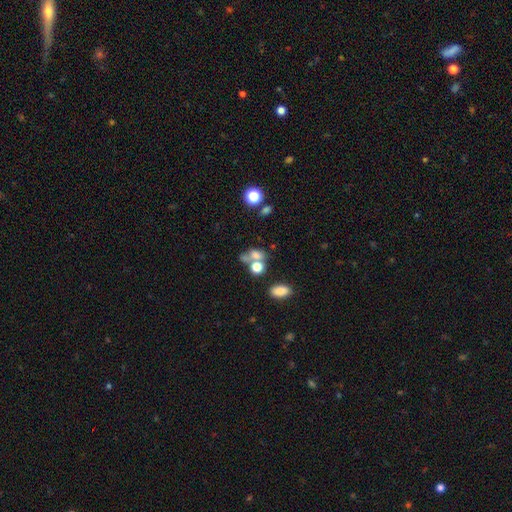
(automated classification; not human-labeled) Smooth or featured?
  - smooth: 66% *
  - featured or disk: 17%
  - star or artifact: 17%
How rounded?
  - in between: 55% *
  - round: 42%
  - cigar-shaped: 3%
Merging?
  - merger: 47% *
  - none: 31%
  - minor disturbance: 12%
  - major disturbance: 11%